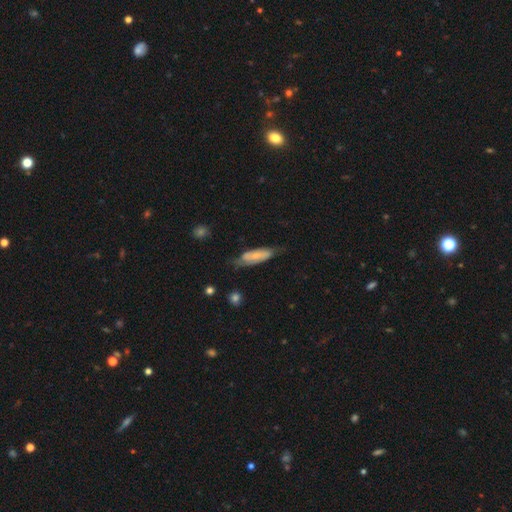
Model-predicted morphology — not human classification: Smooth or featured? smooth (53%)
How rounded? in between (54%)
Merging? none (57%)